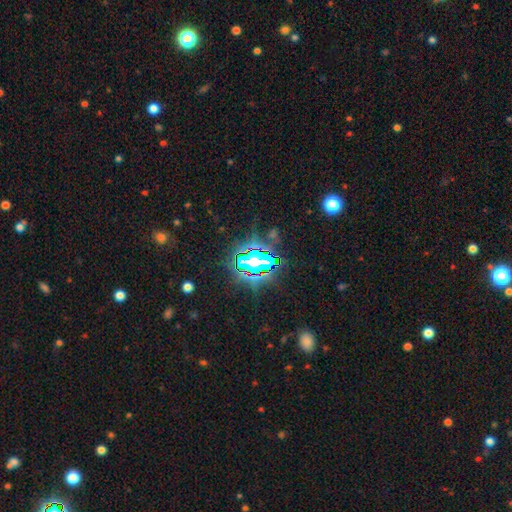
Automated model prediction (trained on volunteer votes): Smooth or featured? star or artifact (76%)